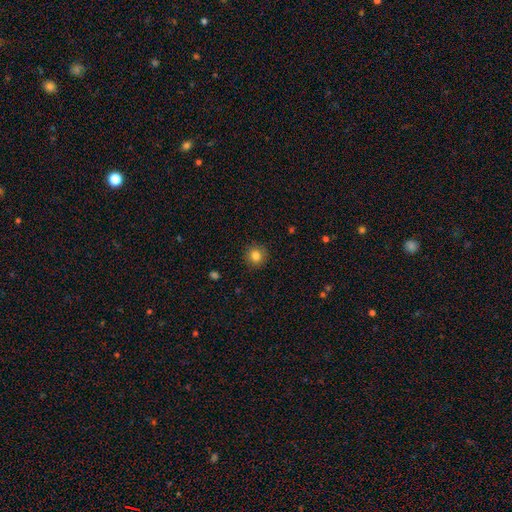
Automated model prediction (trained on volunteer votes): Smooth or featured: smooth — 83% (star or artifact — 11%)
How rounded: round — 91% (in between — 8%)
Merging: none — 91% (minor disturbance — 6%)